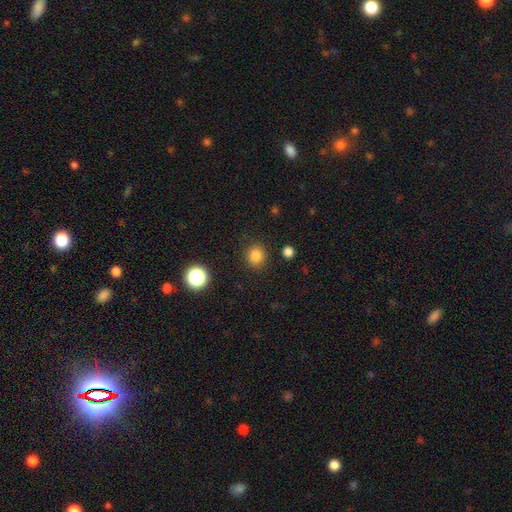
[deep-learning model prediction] Smooth or featured? Predicted: smooth (p=0.84). How rounded? Predicted: round (p=0.89). Merging? Predicted: none (p=0.89).